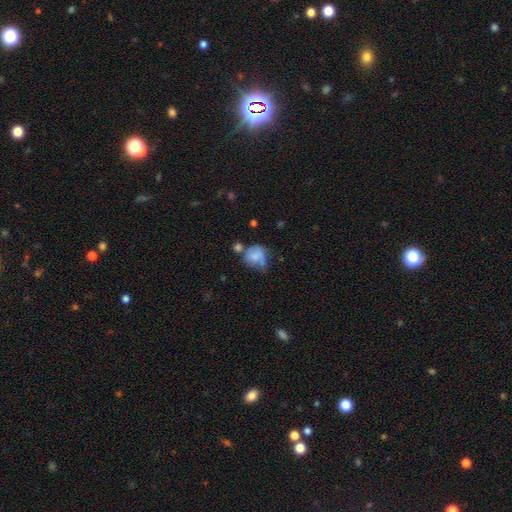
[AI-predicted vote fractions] A smooth galaxy with no disk features (69%) that is round (59%). Merging: minor disturbance (31%).